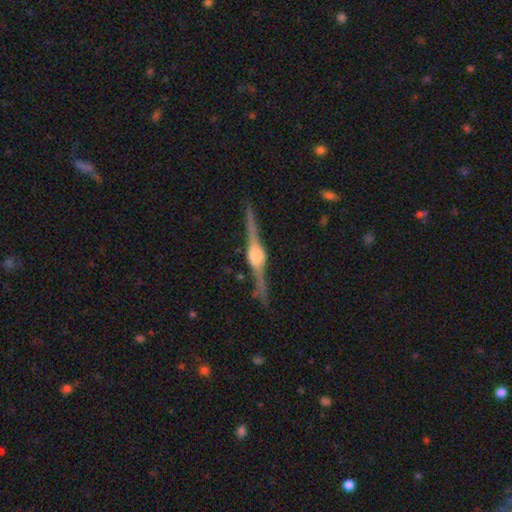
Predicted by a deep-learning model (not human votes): This is clearly a featured or disk galaxy (89%). It is clearly viewed edge-on (98%). Edge-on bulge: clearly rounded (91%). Merging: clearly none (87%).